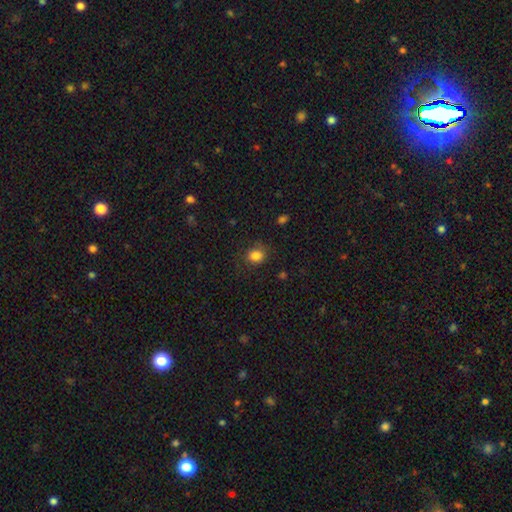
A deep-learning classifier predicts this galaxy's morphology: A smooth galaxy with no disk features (84%) that is round (61%).

Vote fractions:
- Smooth or featured? smooth: 84% / star or artifact: 11% / featured or disk: 5%
- How rounded? round: 61% / in between: 38% / cigar-shaped: 1%
- Merging? none: 76% / minor disturbance: 17% / major disturbance: 6% / merger: 1%